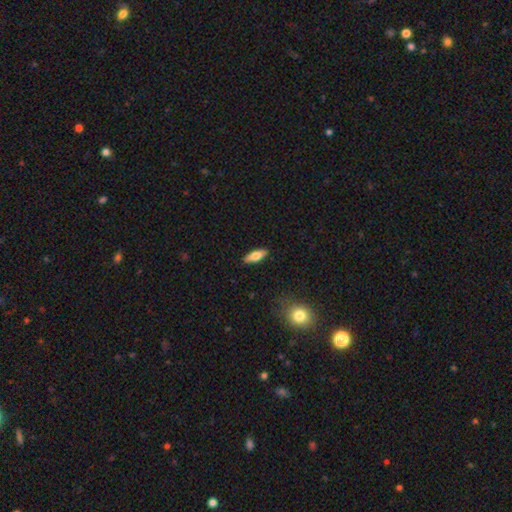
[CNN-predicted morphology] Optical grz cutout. It shows a smooth galaxy with no disk features (67%) that is in between round and cigar-shaped (58%). Merging: none (89%).